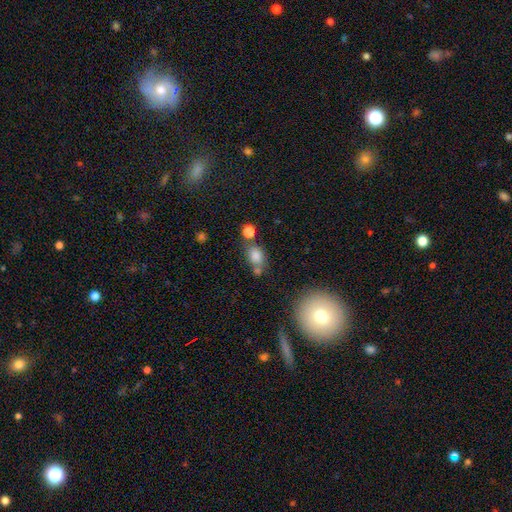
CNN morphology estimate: A smooth galaxy with no disk features (79%) that is in between round and cigar-shaped (69%).

Vote fractions:
- Smooth or featured? smooth: 79% / star or artifact: 12% / featured or disk: 9%
- How rounded? in between: 69% / round: 28% / cigar-shaped: 2%
- Merging? none: 55% / merger: 23% / minor disturbance: 16% / major disturbance: 6%